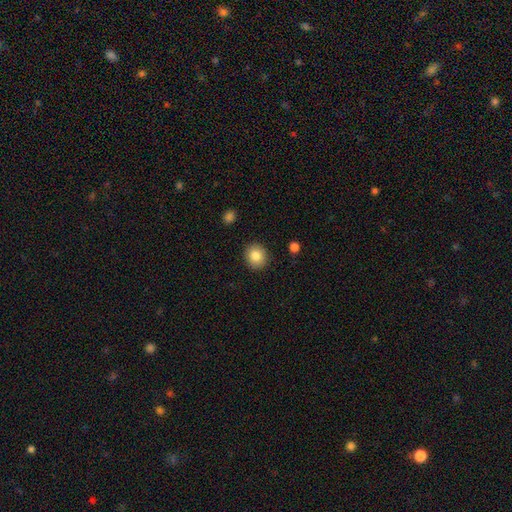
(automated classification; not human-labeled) smooth-or-featured: smooth: 84% | star or artifact: 9% | featured or disk: 7%
  how-rounded: round: 81% | in between: 18% | cigar-shaped: 1%
  merging: none: 90% | minor disturbance: 6% | major disturbance: 2% | merger: 1%